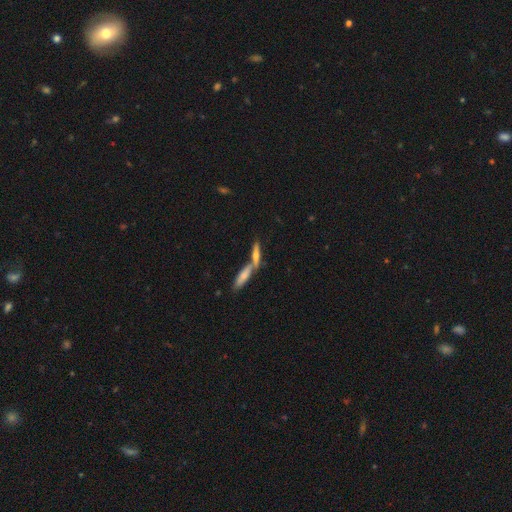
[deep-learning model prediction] A smooth galaxy with no disk features (48%). Merging: none (45%).